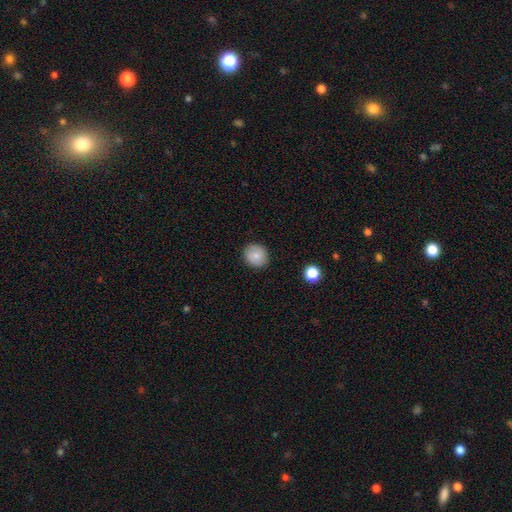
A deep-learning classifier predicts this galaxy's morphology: A smooth galaxy with no disk features (82%) that is round (86%). Merging: none (89%).